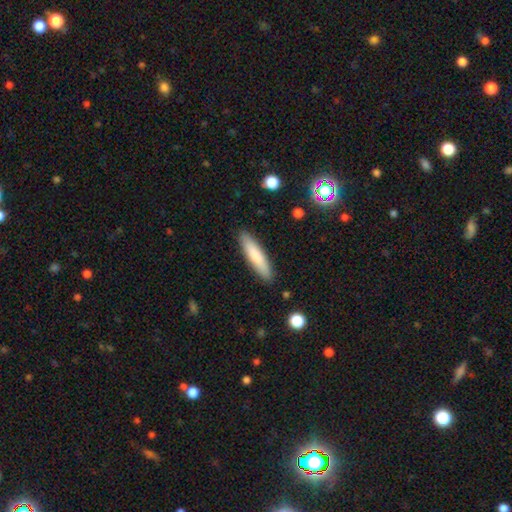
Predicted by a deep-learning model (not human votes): smooth_or_featured: smooth (p=0.79) [alt: featured or disk p=0.15]
how_rounded: cigar-shaped (p=0.83) [alt: in between p=0.16]
merging: none (p=0.90) [alt: minor disturbance p=0.07]